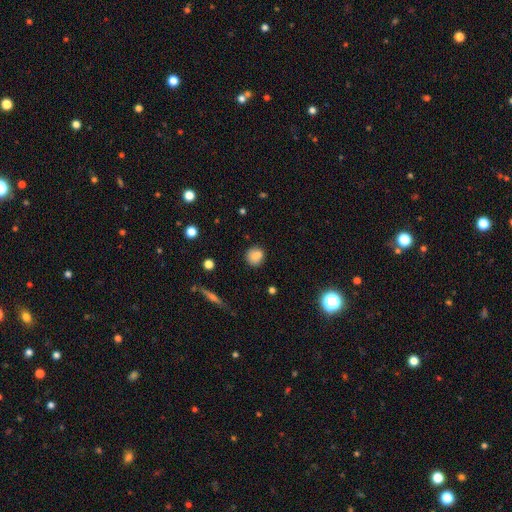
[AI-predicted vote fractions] smooth_or_featured: smooth (p=0.80) [alt: star or artifact p=0.11]
how_rounded: round (p=0.84) [alt: in between p=0.14]
merging: none (p=0.77) [alt: minor disturbance p=0.14]